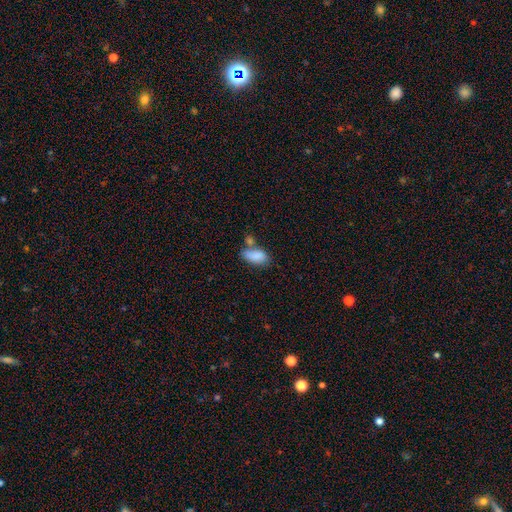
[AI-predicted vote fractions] Smooth or featured? Predicted: smooth (p=0.84). How rounded? Predicted: in between (p=0.91). Merging? Predicted: none (p=0.41).